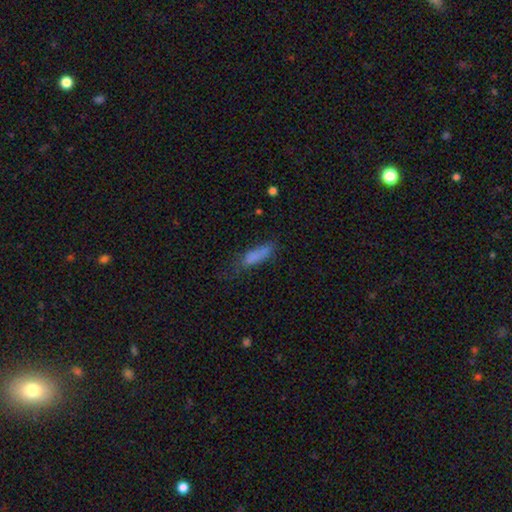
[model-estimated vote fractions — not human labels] A smooth galaxy with no disk features (77%) that is cigar-shaped (53%).

Vote fractions:
- Smooth or featured? smooth: 77% / featured or disk: 13% / star or artifact: 10%
- How rounded? cigar-shaped: 53% / in between: 44% / round: 2%
- Merging? none: 44% / minor disturbance: 31% / major disturbance: 21% / merger: 4%